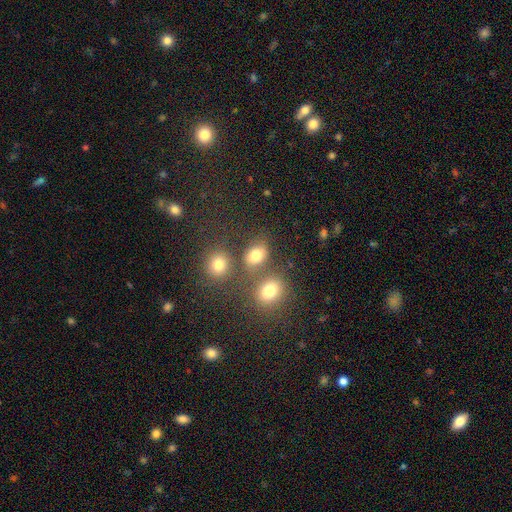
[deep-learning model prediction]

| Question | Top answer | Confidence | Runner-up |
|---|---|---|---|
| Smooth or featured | smooth | 76% | star or artifact (16%) |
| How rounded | in between | 50% | round (48%) |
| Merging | none | 64% | merger (20%) |